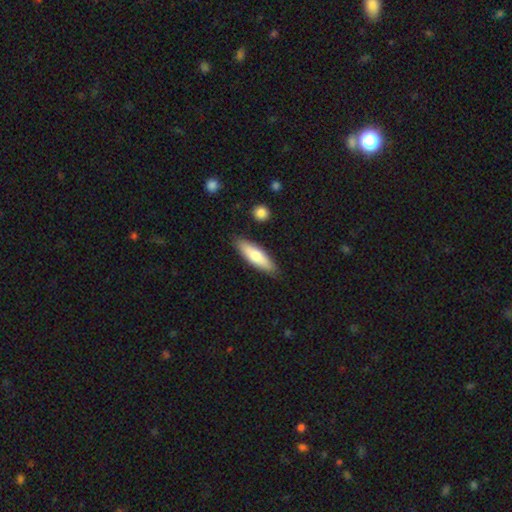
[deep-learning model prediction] Smooth or featured? Predicted: smooth (p=0.69). How rounded? Predicted: cigar-shaped (p=0.57). Merging? Predicted: none (p=0.86).